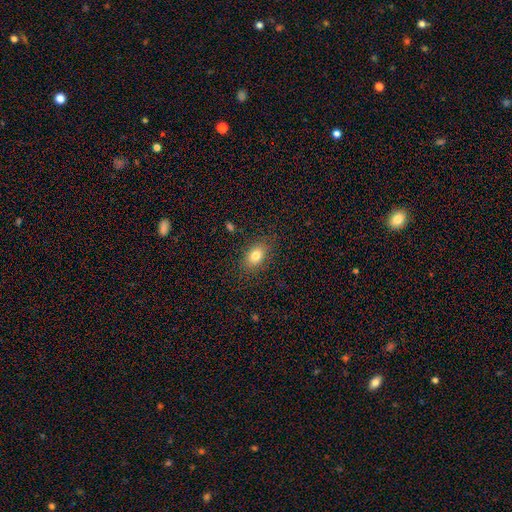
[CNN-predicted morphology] Smooth or featured?
  - smooth: 79% *
  - featured or disk: 11%
  - star or artifact: 10%
How rounded?
  - in between: 80% *
  - round: 17%
  - cigar-shaped: 2%
Merging?
  - none: 84% *
  - minor disturbance: 11%
  - major disturbance: 4%
  - merger: 1%